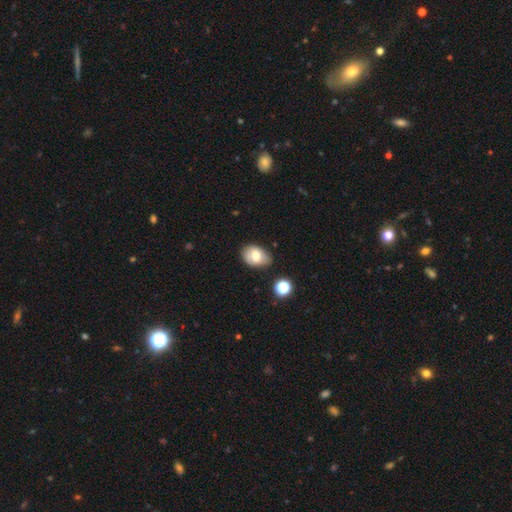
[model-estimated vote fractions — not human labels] Smooth or featured?
  - smooth: 72% *
  - featured or disk: 19%
  - star or artifact: 9%
How rounded?
  - in between: 77% *
  - round: 22%
  - cigar-shaped: 1%
Merging?
  - none: 72% *
  - minor disturbance: 20%
  - merger: 4%
  - major disturbance: 4%